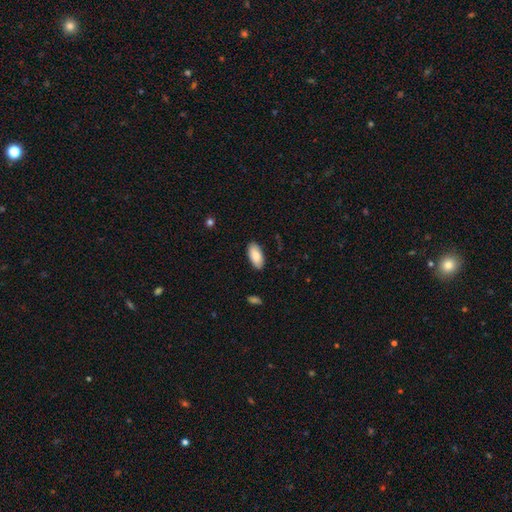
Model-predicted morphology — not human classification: type=smooth (87%); roundness=in between (93%); merging=none (87%).